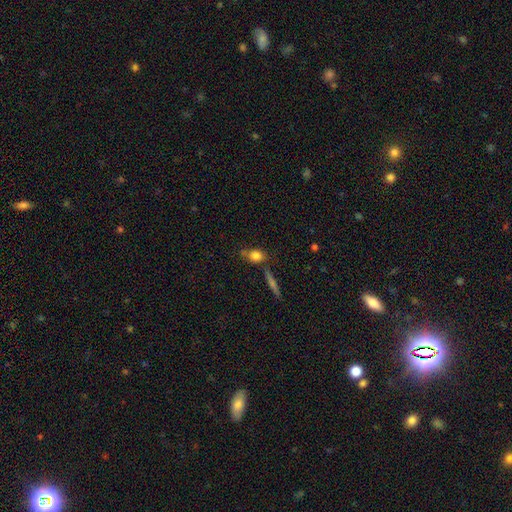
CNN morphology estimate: type=smooth (79%); roundness=in between (55%); merging=none (59%).